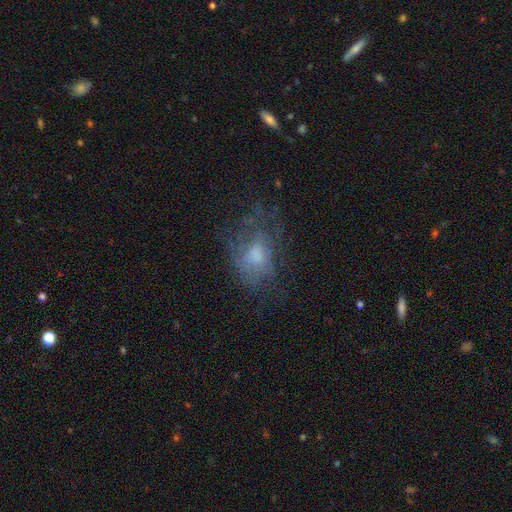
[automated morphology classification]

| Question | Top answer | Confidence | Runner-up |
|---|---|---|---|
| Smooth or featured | featured or disk | 46% | smooth (41%) |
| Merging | none | 47% | major disturbance (29%) |